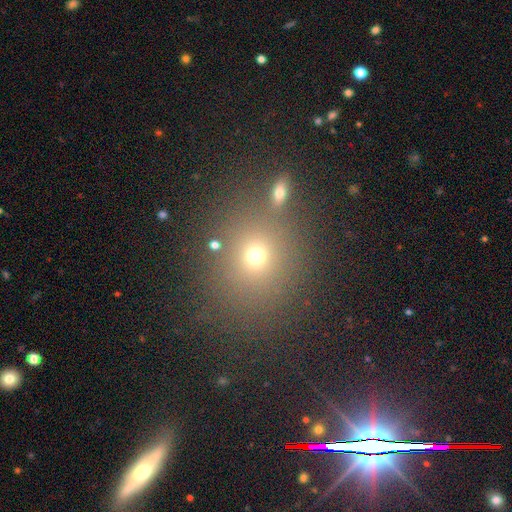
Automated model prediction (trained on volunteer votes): Smooth or featured? smooth (68%)
How rounded? round (78%)
Merging? none (72%)